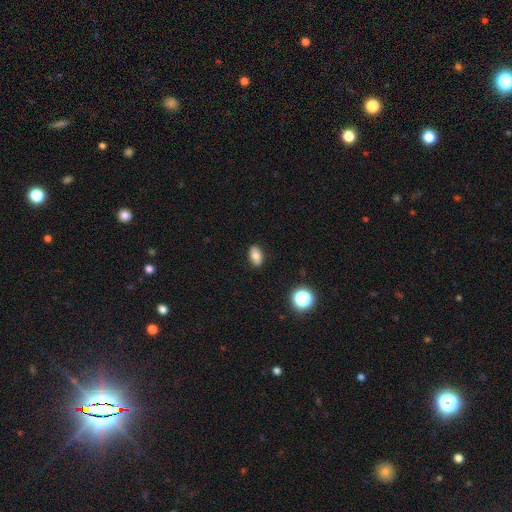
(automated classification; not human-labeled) Smooth or featured? smooth (77%)
How rounded? in between (89%)
Merging? none (88%)